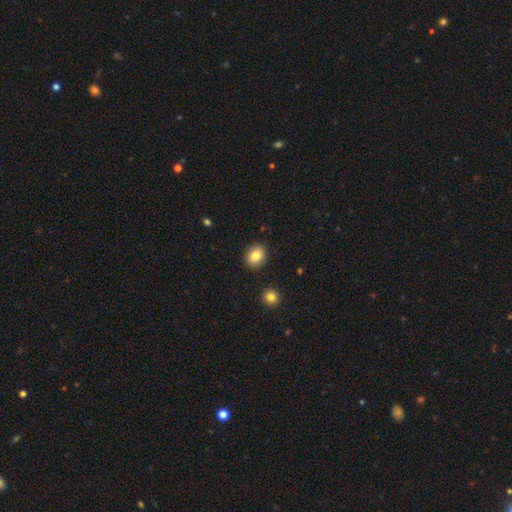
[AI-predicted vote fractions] A smooth galaxy with no disk features (83%) that is round (66%). Merging: none (90%).